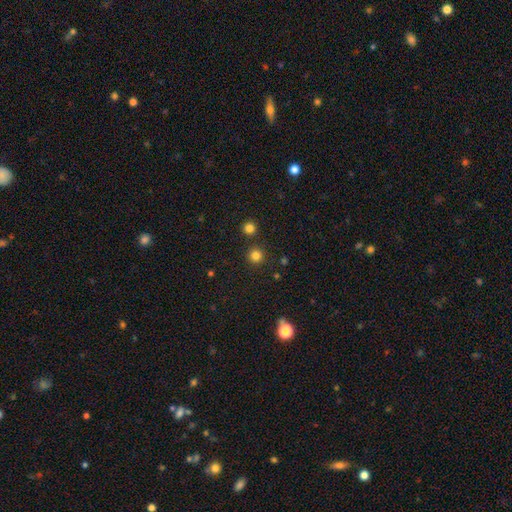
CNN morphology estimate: Smooth or featured: smooth — 81% (star or artifact — 15%)
How rounded: round — 95% (in between — 4%)
Merging: none — 88% (minor disturbance — 5%)